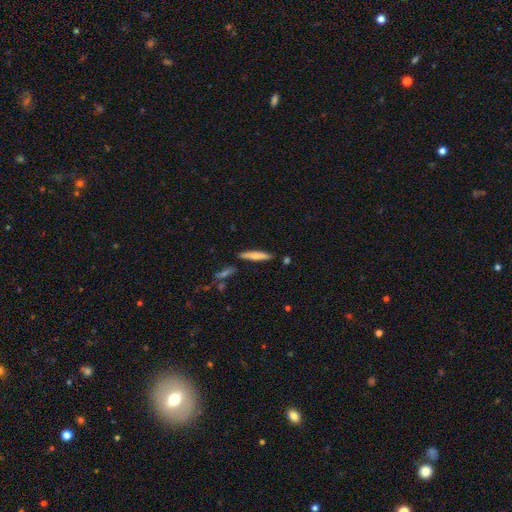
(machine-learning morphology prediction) A smooth galaxy with no disk features (66%) that is cigar-shaped (87%). Merging: none (83%).